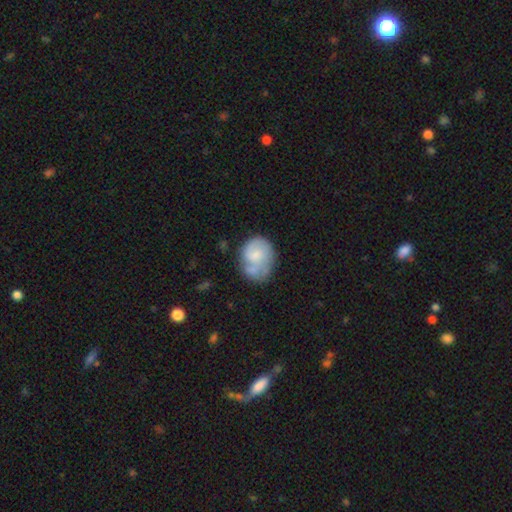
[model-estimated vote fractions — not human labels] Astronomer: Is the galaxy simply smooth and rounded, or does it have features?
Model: featured or disk — 50% (runner-up: smooth, 43%).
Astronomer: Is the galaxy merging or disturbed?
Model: none — 44% (runner-up: minor disturbance, 27%).